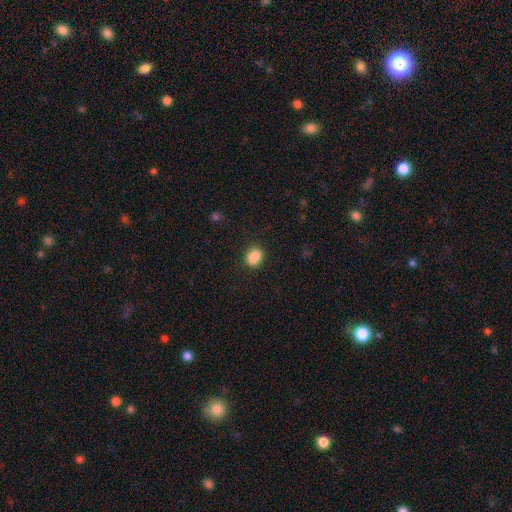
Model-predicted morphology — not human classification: Smooth or featured? Predicted: smooth (p=0.87). How rounded? Predicted: in between (p=0.57). Merging? Predicted: none (p=0.79).